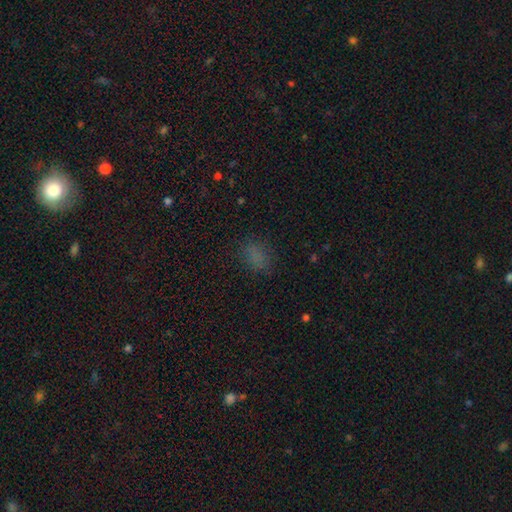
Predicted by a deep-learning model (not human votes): A smooth galaxy with no disk features (75%) that is in between round and cigar-shaped (71%).

Vote fractions:
- Smooth or featured? smooth: 75% / star or artifact: 19% / featured or disk: 6%
- How rounded? in between: 71% / round: 26% / cigar-shaped: 2%
- Merging? none: 78% / minor disturbance: 15% / major disturbance: 6% / merger: 1%